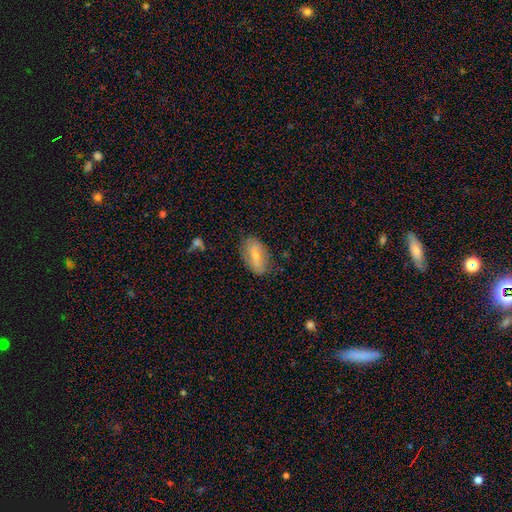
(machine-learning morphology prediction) Q: Smooth or featured?
A: smooth (61%); runner-up: featured or disk (31%)
Q: How rounded?
A: in between (89%); runner-up: cigar-shaped (6%)
Q: Merging?
A: none (75%); runner-up: minor disturbance (18%)